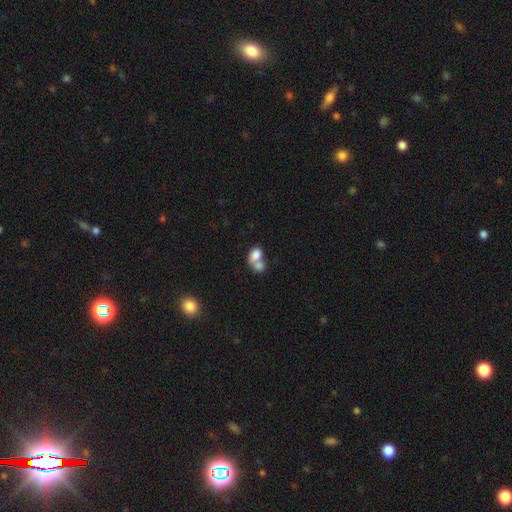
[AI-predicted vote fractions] The model was most divided on "how rounded": in between: 71%, round: 27%, cigar-shaped: 1%. More confident: smooth or featured — smooth (76%); merging — merger (69%).